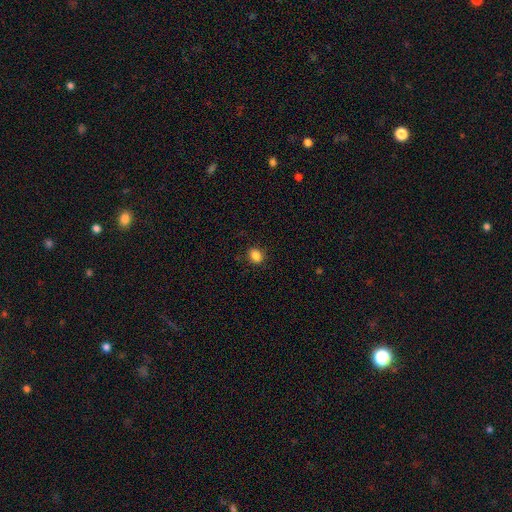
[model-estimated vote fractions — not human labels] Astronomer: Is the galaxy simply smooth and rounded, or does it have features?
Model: smooth — 86%.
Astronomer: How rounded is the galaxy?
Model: in between — 52% (runner-up: round, 47%).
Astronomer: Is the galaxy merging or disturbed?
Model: none — 86%.